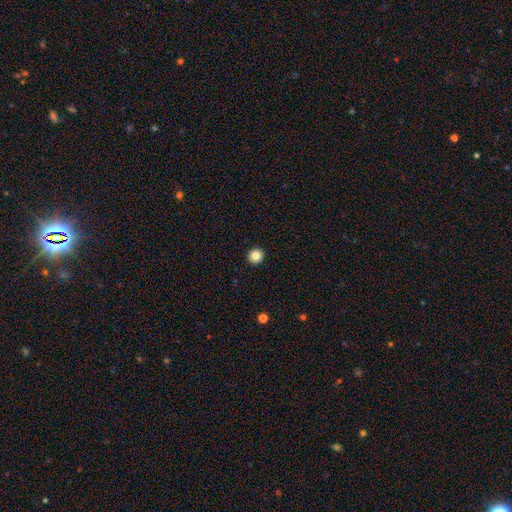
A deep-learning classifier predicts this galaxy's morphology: This appears to be a smooth galaxy with no disk features (84%) that is round (93%). Merging: none (94%).